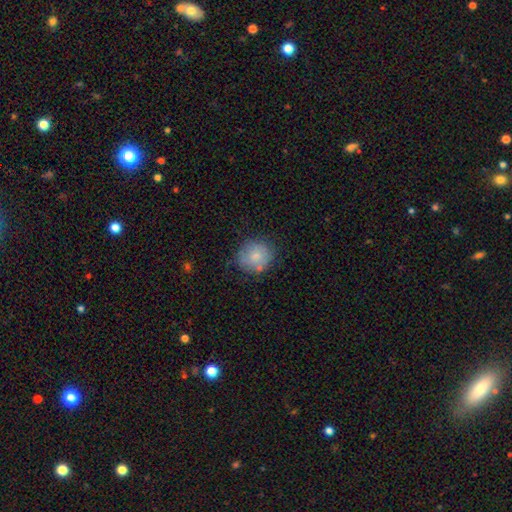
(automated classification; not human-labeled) A smooth galaxy with no disk features (78%) that is round (85%).

Vote fractions:
- Smooth or featured? smooth: 78% / featured or disk: 14% / star or artifact: 8%
- How rounded? round: 85% / in between: 14% / cigar-shaped: 1%
- Merging? none: 72% / minor disturbance: 18% / merger: 6% / major disturbance: 5%